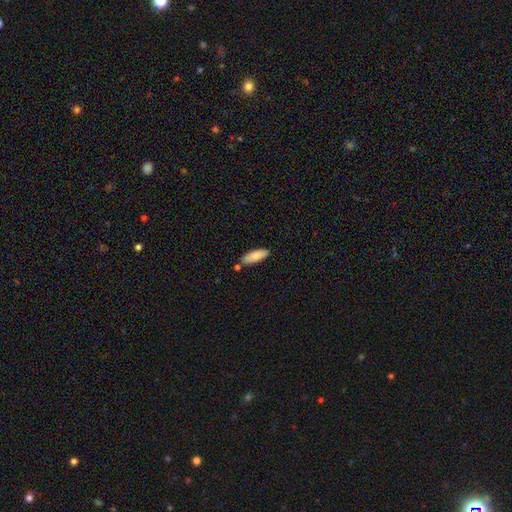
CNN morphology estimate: Smooth or featured? Predicted: smooth (p=0.84). How rounded? Predicted: in between (p=0.63). Merging? Predicted: none (p=0.79).